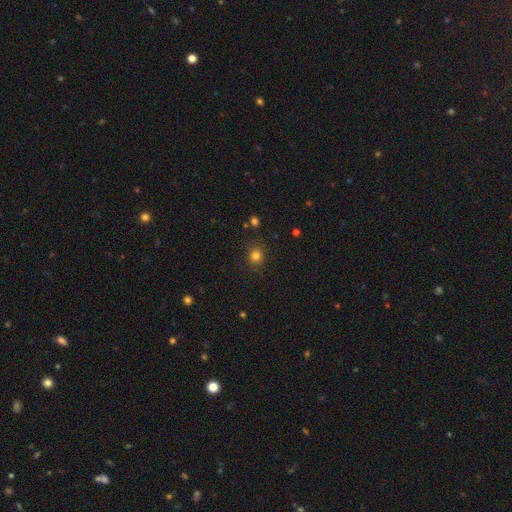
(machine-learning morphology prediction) This appears to be a smooth galaxy with no disk features (81%) that is round (86%). Merging: none (88%).